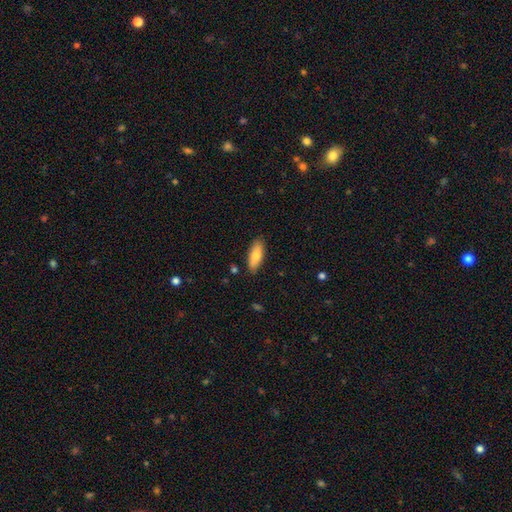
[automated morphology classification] Smooth or featured? smooth (74%)
How rounded? in between (76%)
Merging? none (86%)